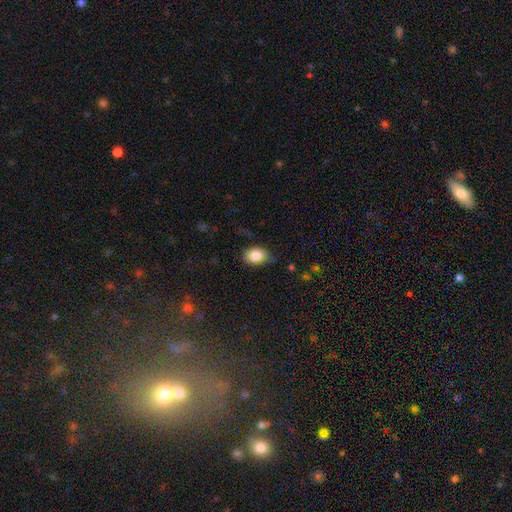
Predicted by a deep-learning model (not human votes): Smooth or featured: smooth — 85% (star or artifact — 8%)
How rounded: in between — 79% (round — 20%)
Merging: none — 77% (minor disturbance — 19%)